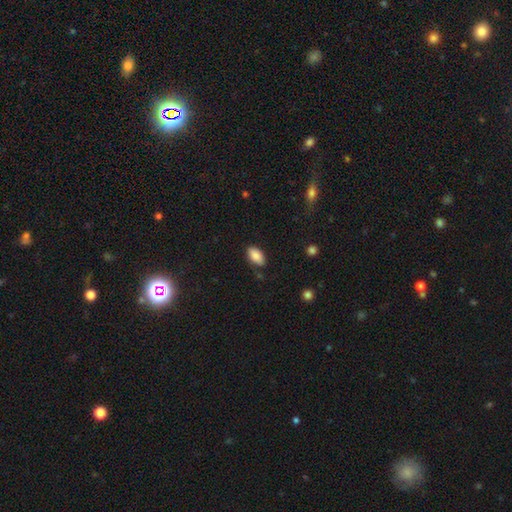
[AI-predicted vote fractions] Smooth or featured? smooth (87%)
How rounded? in between (94%)
Merging? none (83%)